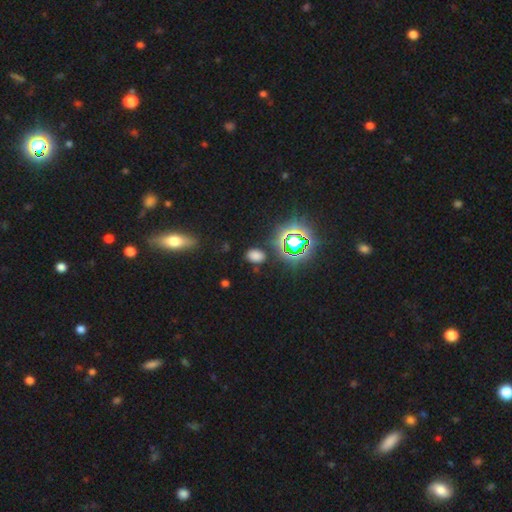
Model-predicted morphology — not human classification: Smooth or featured? Predicted: smooth (p=0.64). How rounded? Predicted: in between (p=0.81). Merging? Predicted: none (p=0.82).